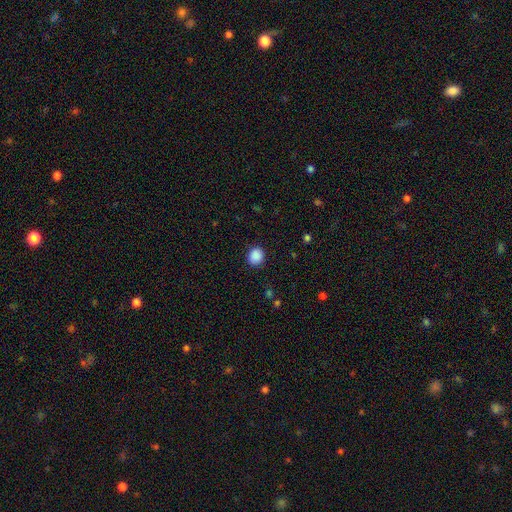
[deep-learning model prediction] Overall: smooth (89%). How rounded: round (72%). Merging: none (88%).